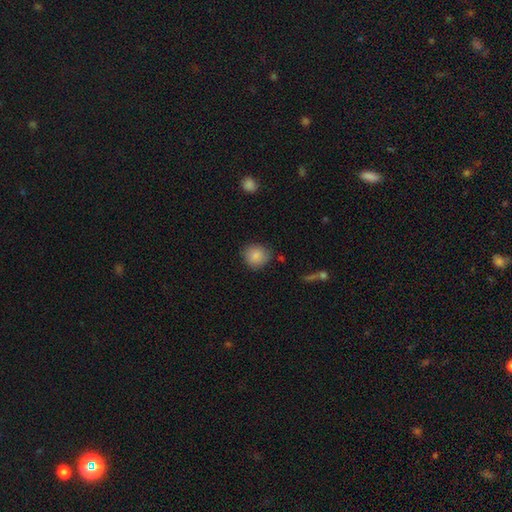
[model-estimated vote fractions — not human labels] A smooth galaxy with no disk features (87%) that is round (84%). Merging: none (79%).